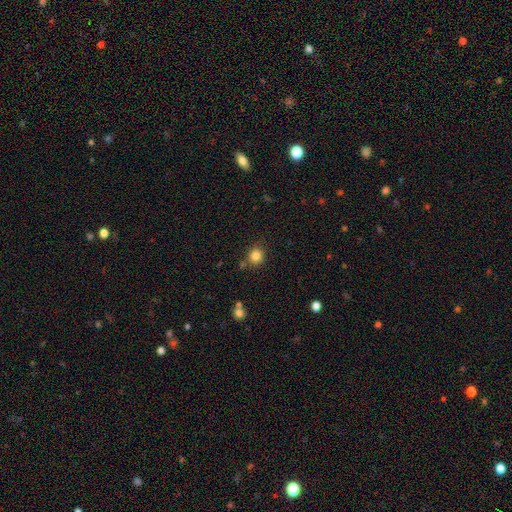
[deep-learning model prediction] This appears to be a smooth galaxy with no disk features (83%) that is round (87%). Merging: none (81%).